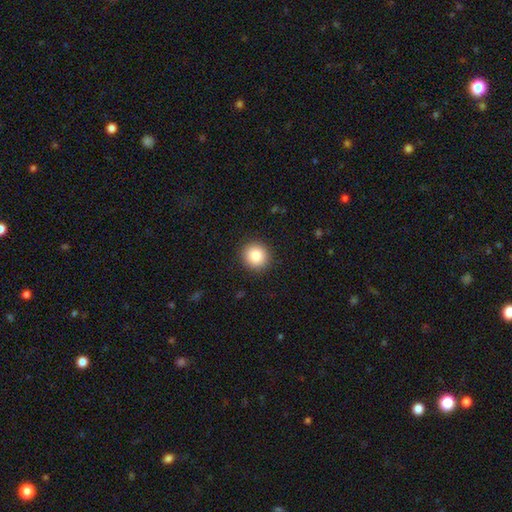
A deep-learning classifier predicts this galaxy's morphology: smooth_or_featured: smooth (p=0.85) [alt: star or artifact p=0.09]
how_rounded: round (p=0.93) [alt: in between p=0.06]
merging: none (p=0.92) [alt: minor disturbance p=0.05]